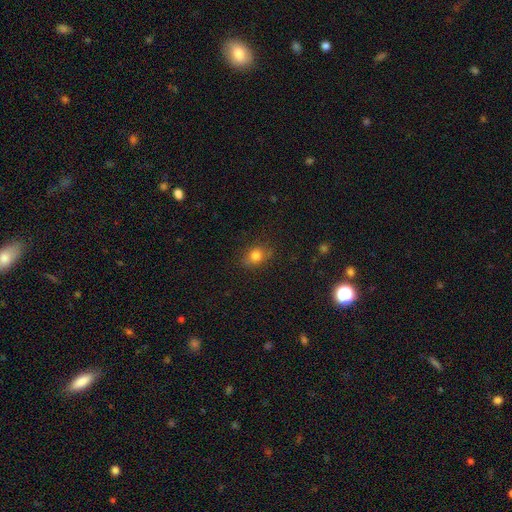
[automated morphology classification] smooth_or_featured: smooth (p=0.80) [alt: star or artifact p=0.12]
how_rounded: in between (p=0.51) [alt: round p=0.48]
merging: none (p=0.78) [alt: minor disturbance p=0.17]